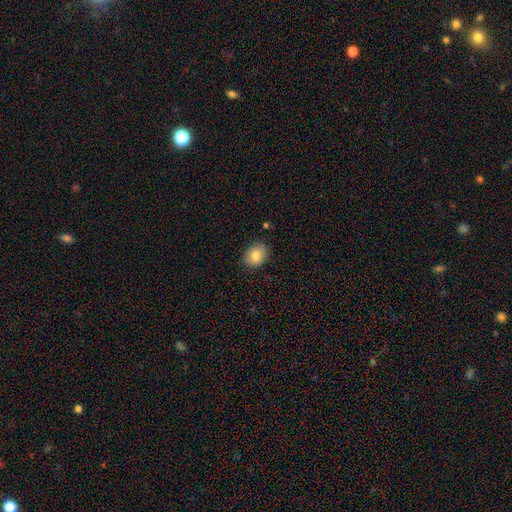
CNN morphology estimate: smooth_or_featured: smooth (p=0.81) [alt: featured or disk p=0.10]
how_rounded: in between (p=0.56) [alt: round p=0.43]
merging: none (p=0.85) [alt: minor disturbance p=0.11]